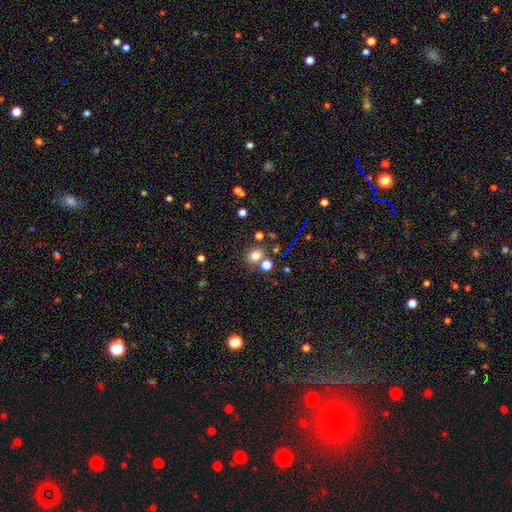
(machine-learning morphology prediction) Smooth or featured: smooth — 76% (star or artifact — 17%)
How rounded: round — 62% (in between — 37%)
Merging: none — 68% (merger — 17%)